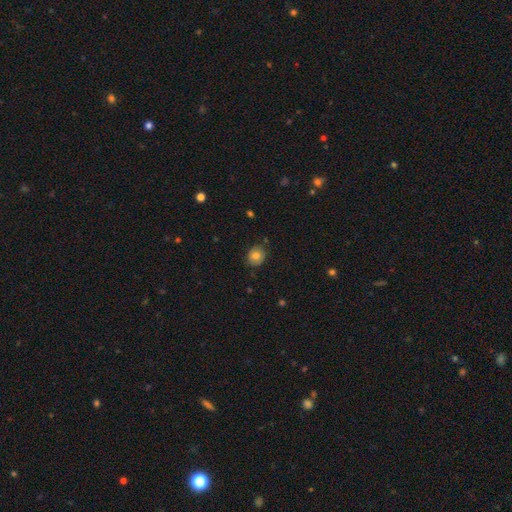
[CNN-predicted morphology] Smooth or featured? smooth (78%)
How rounded? round (71%)
Merging? none (82%)